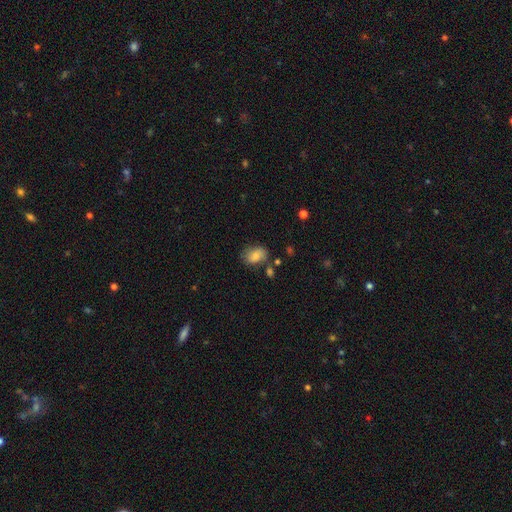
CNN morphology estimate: This appears to be a smooth galaxy with no disk features (77%) that is in between round and cigar-shaped (81%). Merging: none (64%).